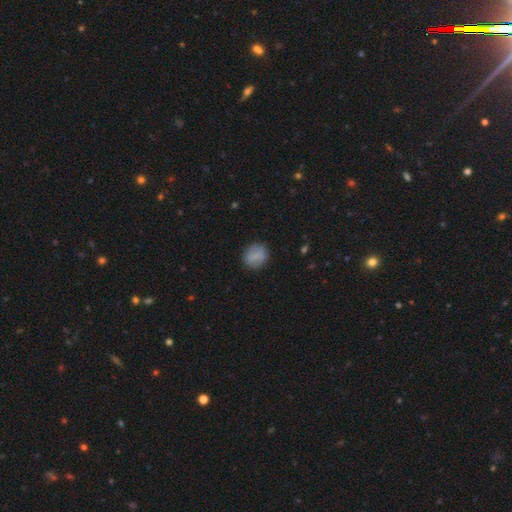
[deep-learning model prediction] A smooth galaxy with no disk features (74%) that is round (72%).

Vote fractions:
- Smooth or featured? smooth: 74% / featured or disk: 18% / star or artifact: 9%
- How rounded? round: 72% / in between: 27% / cigar-shaped: 2%
- Merging? none: 84% / minor disturbance: 11% / major disturbance: 3% / merger: 1%